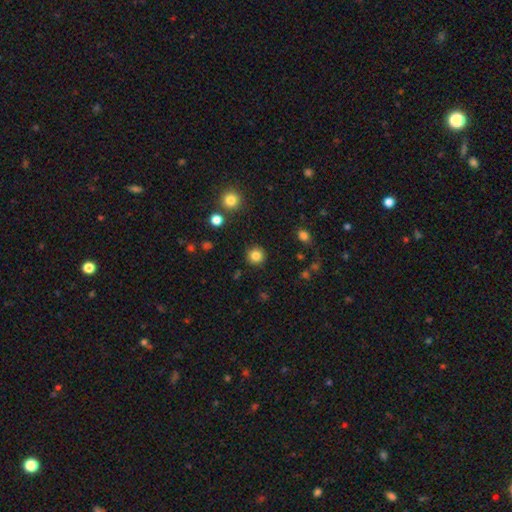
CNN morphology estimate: This is clearly a smooth galaxy (84%). How rounded: clearly round (94%). Merging: clearly none (90%).